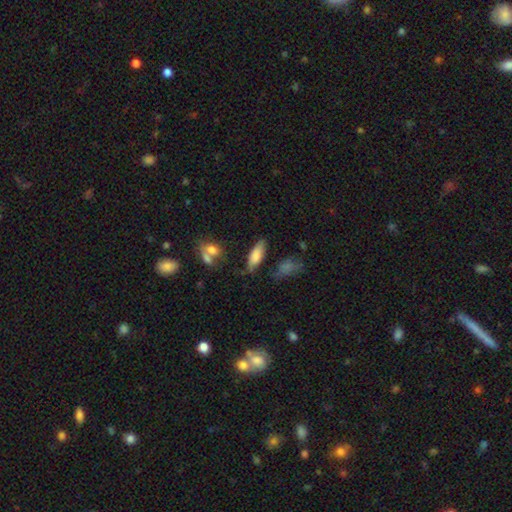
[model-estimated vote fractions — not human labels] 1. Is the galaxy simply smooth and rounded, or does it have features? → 77% smooth, 14% featured or disk, 8% star or artifact.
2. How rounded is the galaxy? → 69% in between, 28% cigar-shaped, 3% round.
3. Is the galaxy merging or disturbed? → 62% none, 23% minor disturbance, 8% merger, 8% major disturbance.